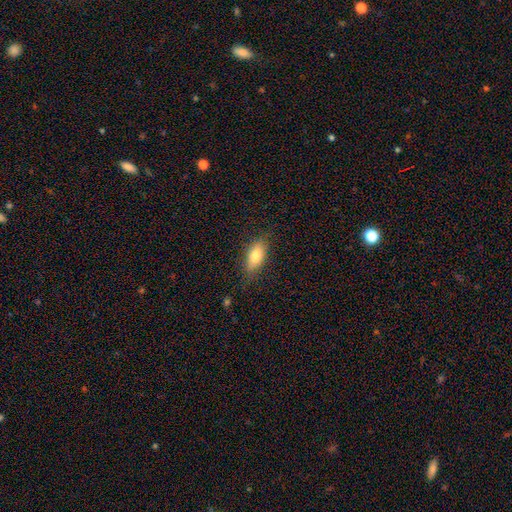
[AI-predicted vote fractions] A smooth galaxy with no disk features (76%) that is in between round and cigar-shaped (82%). Merging: none (80%).